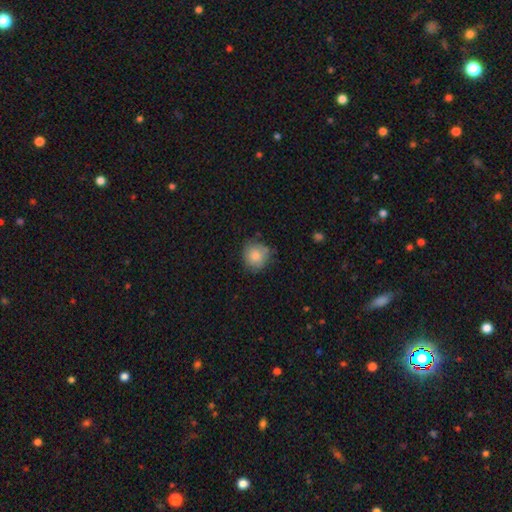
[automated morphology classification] A smooth galaxy with no disk features (78%) that is round (86%). Merging: none (68%).